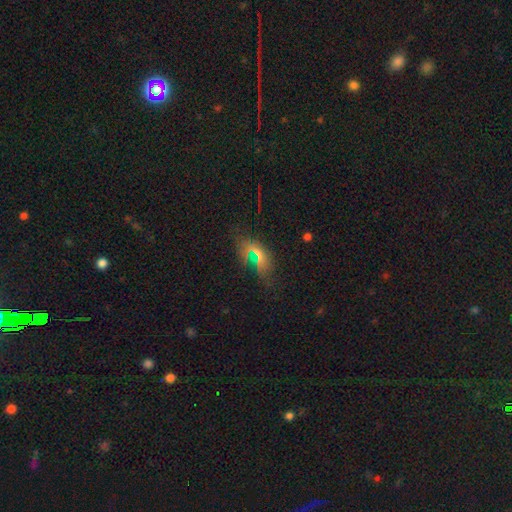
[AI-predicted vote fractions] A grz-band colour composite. It shows a smooth galaxy with no disk features (47%). Merging: none (61%).